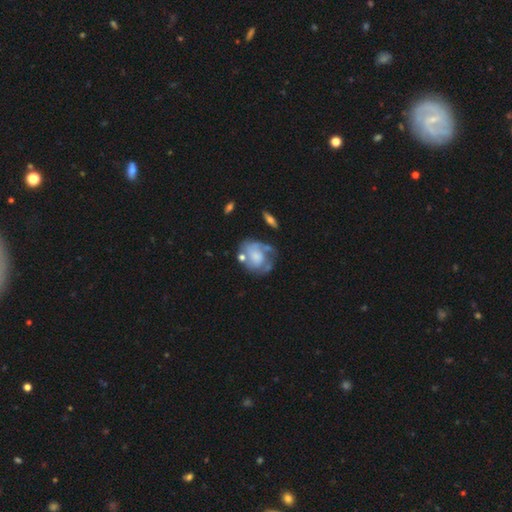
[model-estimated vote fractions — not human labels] featured or disk 64%, smooth 29%, star or artifact 7%. Down the decision tree: edge-on disk — no (97%); bar — no (73%); spiral arms — yes (78%); bulge size — moderate (29%); merging — none (48%).